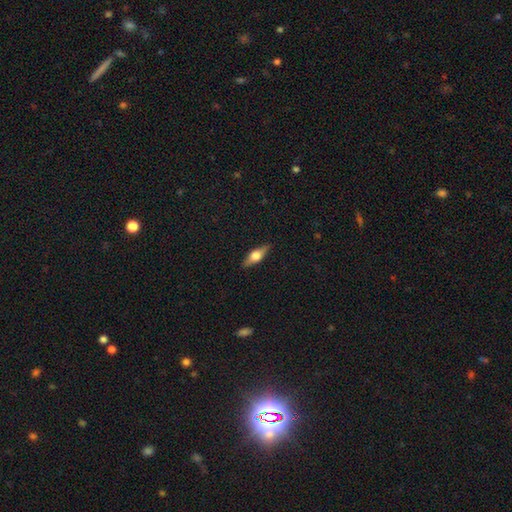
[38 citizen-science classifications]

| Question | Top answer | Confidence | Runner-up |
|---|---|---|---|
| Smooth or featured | smooth | 50% | featured or disk (45%) |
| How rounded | in between | 74% | cigar-shaped (26%) |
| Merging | none | 81% | minor disturbance (17%) |